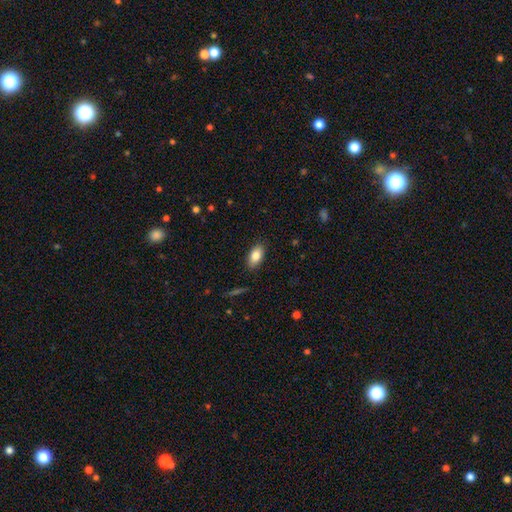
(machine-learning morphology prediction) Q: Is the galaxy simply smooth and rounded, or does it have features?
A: smooth — 84%.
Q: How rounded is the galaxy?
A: in between — 91%.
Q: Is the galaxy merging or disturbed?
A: none — 87%.